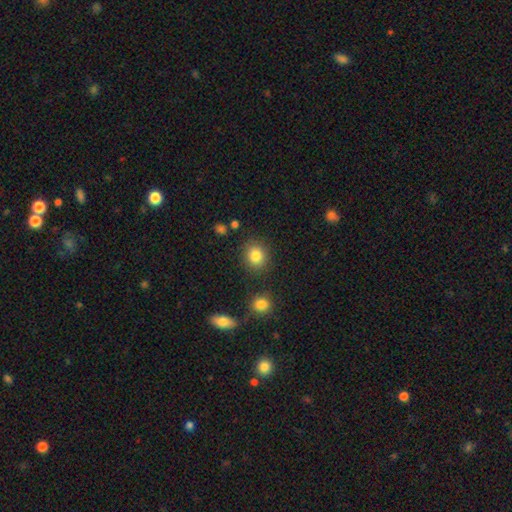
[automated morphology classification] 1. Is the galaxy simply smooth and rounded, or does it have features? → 84% smooth, 10% star or artifact, 6% featured or disk.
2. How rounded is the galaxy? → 73% round, 26% in between, 1% cigar-shaped.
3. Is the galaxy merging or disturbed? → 85% none, 8% minor disturbance, 4% merger, 3% major disturbance.